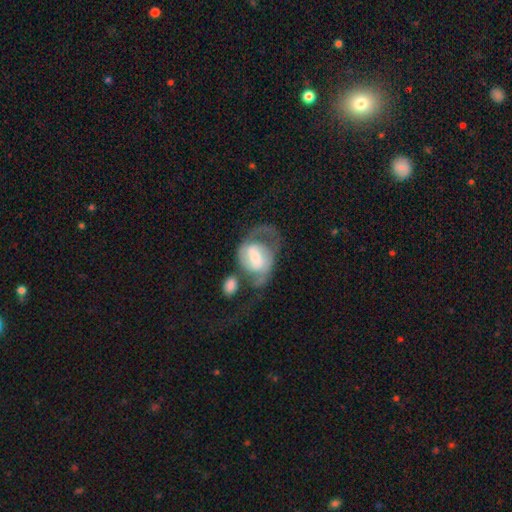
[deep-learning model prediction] This is likely a featured or disk galaxy (67%). It is clearly not viewed edge-on (96%). Bar: marginally weak (45%). Spiral arm pattern: likely yes (78%). Spiral arm count: likely 2 (63%). Spiral winding: marginally medium (42%). Central bulge: marginally moderate (36%). Merging: marginally major disturbance (40%).